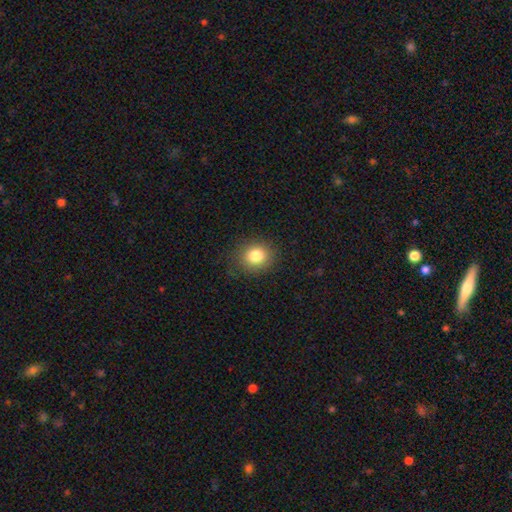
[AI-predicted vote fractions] A smooth galaxy with no disk features (82%) that is round (77%). Merging: none (86%).